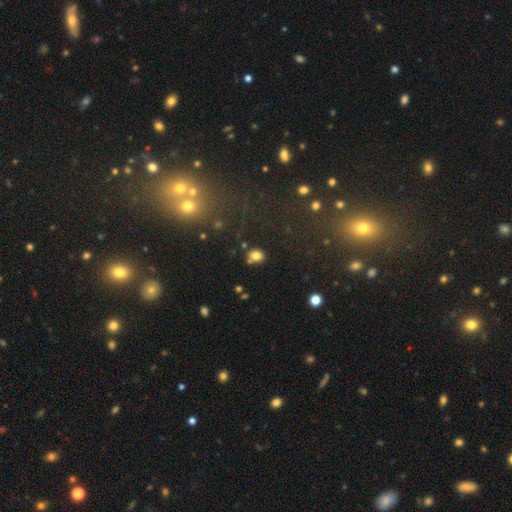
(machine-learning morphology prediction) A smooth galaxy with no disk features (80%) that is round (56%).

Vote fractions:
- Smooth or featured? smooth: 80% / star or artifact: 13% / featured or disk: 7%
- How rounded? round: 56% / in between: 43% / cigar-shaped: 1%
- Merging? none: 72% / minor disturbance: 14% / merger: 10% / major disturbance: 4%